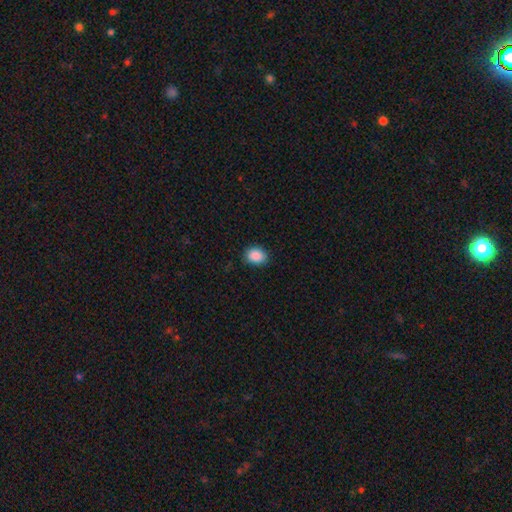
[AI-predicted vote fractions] A smooth galaxy with no disk features (89%) that is in between round and cigar-shaped (59%). Merging: none (86%).